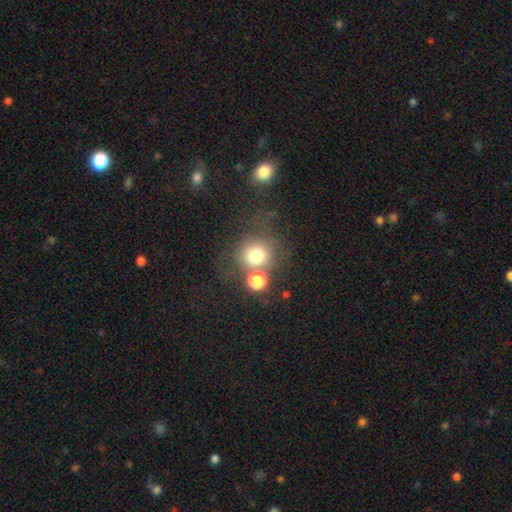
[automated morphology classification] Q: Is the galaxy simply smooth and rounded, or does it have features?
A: smooth — 74%.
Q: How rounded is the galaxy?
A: round — 85%.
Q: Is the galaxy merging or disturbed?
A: none — 56%.